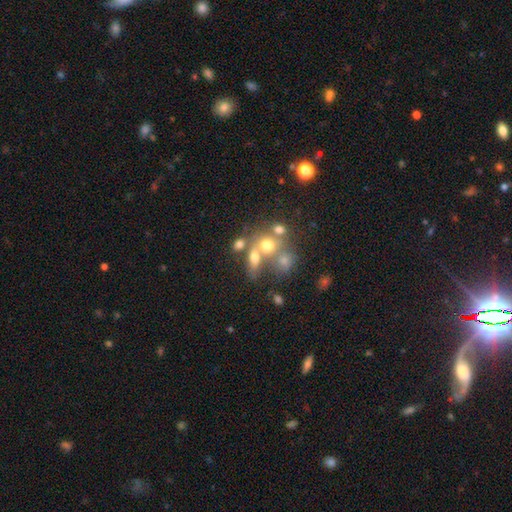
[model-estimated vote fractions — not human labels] Smooth or featured?
  - smooth: 49% *
  - featured or disk: 29%
  - star or artifact: 22%
Merging?
  - merger: 46% *
  - none: 36%
  - minor disturbance: 10%
  - major disturbance: 8%